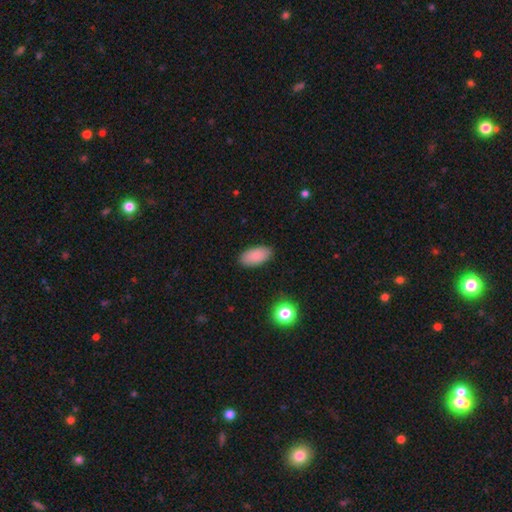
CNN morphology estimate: smooth_or_featured: smooth (p=0.87) [alt: star or artifact p=0.07]
how_rounded: in between (p=0.94) [alt: cigar-shaped p=0.04]
merging: none (p=0.88) [alt: minor disturbance p=0.09]